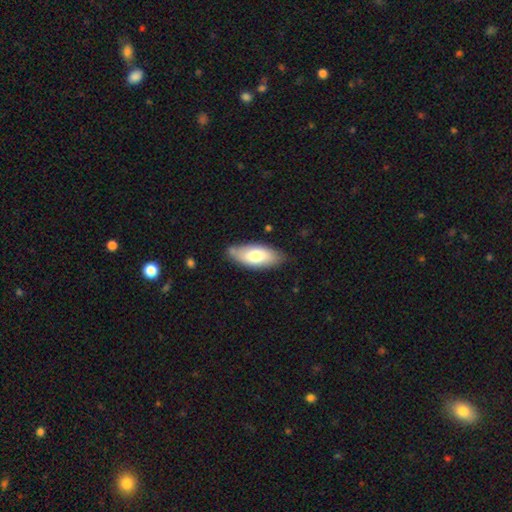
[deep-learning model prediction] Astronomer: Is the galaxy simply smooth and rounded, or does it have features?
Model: smooth — 72%.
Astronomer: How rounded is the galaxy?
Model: in between — 85%.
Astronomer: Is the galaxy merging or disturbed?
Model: none — 73%.